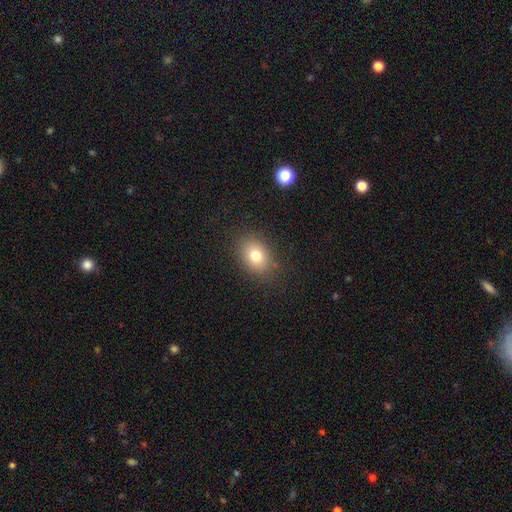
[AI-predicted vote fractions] A smooth galaxy with no disk features (76%) that is in between round and cigar-shaped (60%). Merging: none (84%).